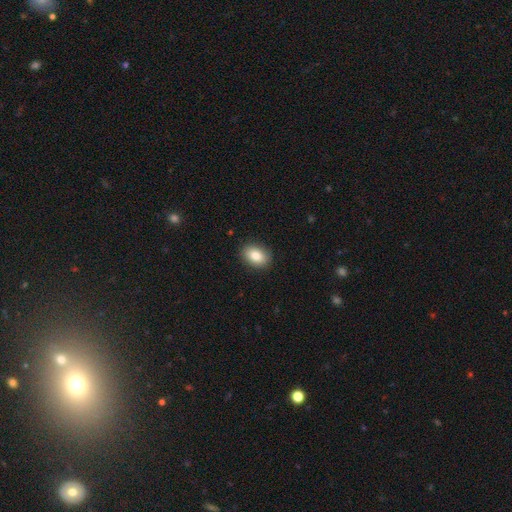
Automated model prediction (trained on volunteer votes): Smooth or featured: smooth — 84% (featured or disk — 8%)
How rounded: in between — 78% (round — 20%)
Merging: none — 89% (minor disturbance — 8%)